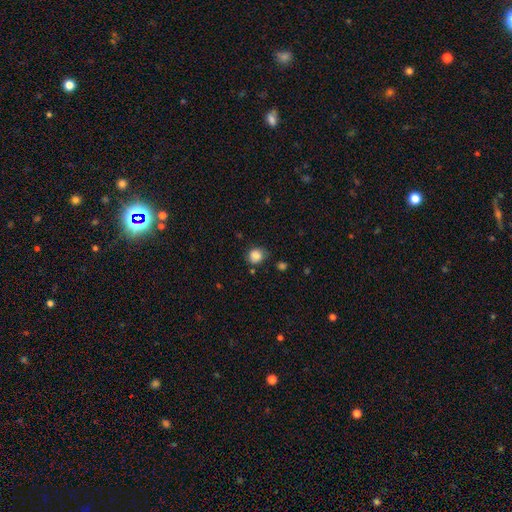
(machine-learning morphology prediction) A smooth galaxy with no disk features (84%) that is round (75%). Merging: none (71%).